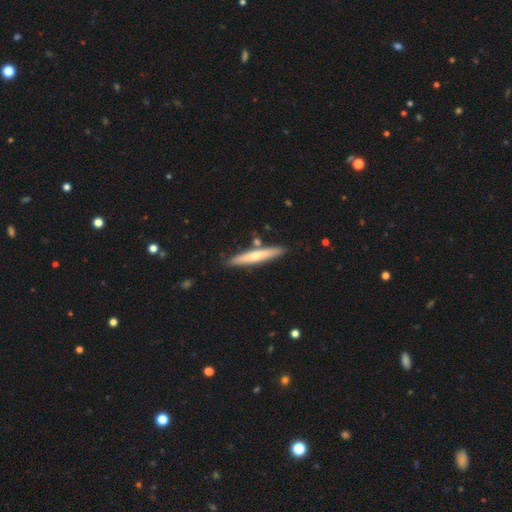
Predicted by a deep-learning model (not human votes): A smooth galaxy with no disk features (56%) that is cigar-shaped (93%). Merging: none (84%).